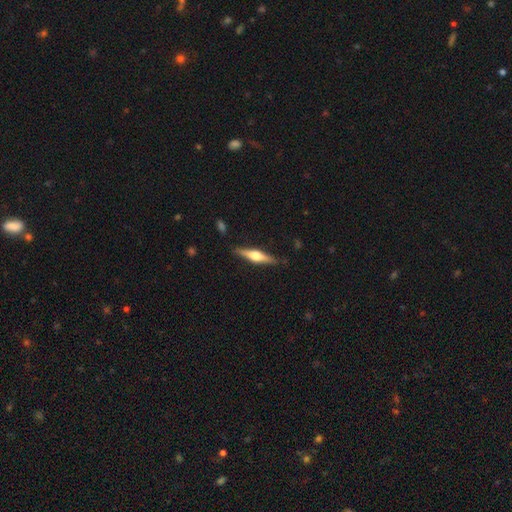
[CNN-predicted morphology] A featured or disk galaxy (65%) viewed edge-on (97%) with a rounded central bulge (93%). Merging: none (87%).